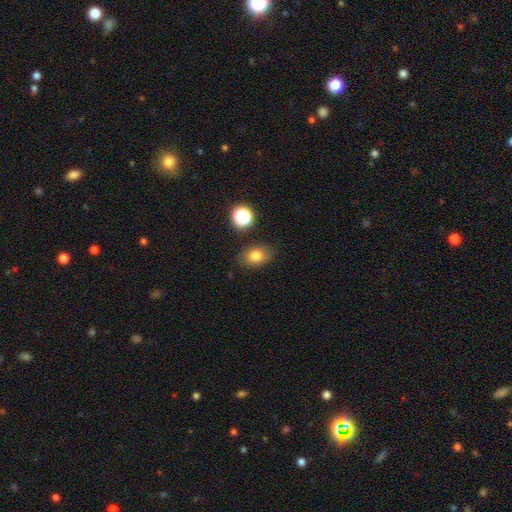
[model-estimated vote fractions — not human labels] Smooth or featured? smooth (78%)
How rounded? in between (74%)
Merging? none (82%)